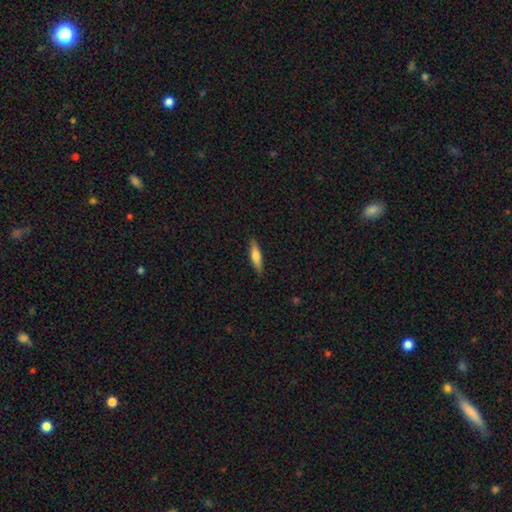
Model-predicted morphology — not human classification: The model was most divided on "smooth or featured": smooth: 67%, featured or disk: 27%, star or artifact: 6%. More confident: merging — none (88%); how rounded — cigar-shaped (70%).